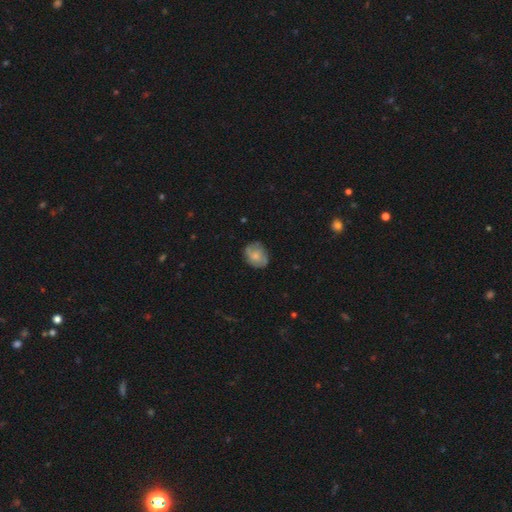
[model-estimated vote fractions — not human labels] smooth-or-featured: smooth: 62% | featured or disk: 31% | star or artifact: 8%
  how-rounded: in between: 54% | round: 45% | cigar-shaped: 1%
  merging: none: 73% | minor disturbance: 20% | major disturbance: 5% | merger: 1%